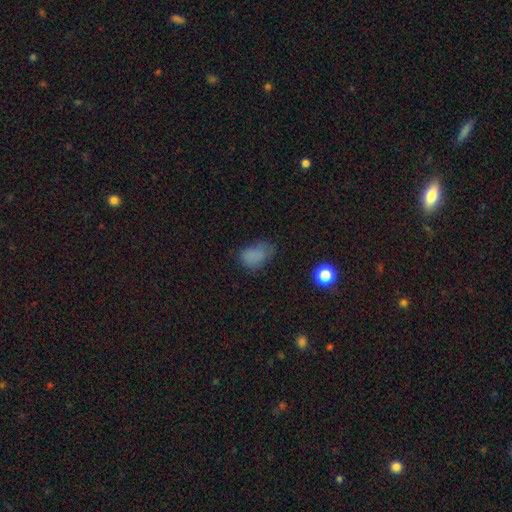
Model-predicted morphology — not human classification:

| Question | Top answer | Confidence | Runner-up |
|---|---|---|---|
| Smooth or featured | smooth | 76% | star or artifact (16%) |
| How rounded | in between | 82% | round (17%) |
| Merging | none | 50% | minor disturbance (33%) |